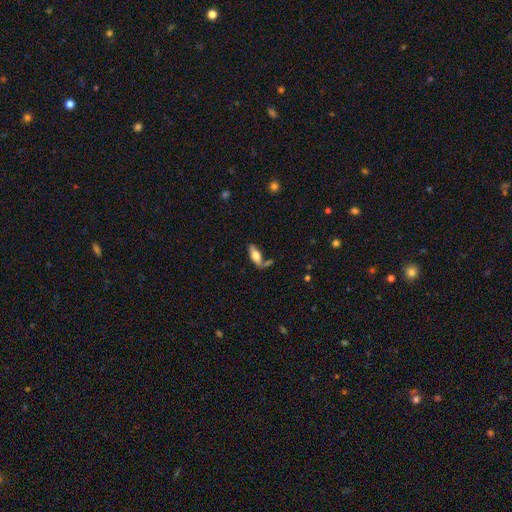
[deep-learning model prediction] Overall: smooth (62%; featured or disk 32%). How rounded: in between (72%). Merging: none (58%; minor disturbance 19%).